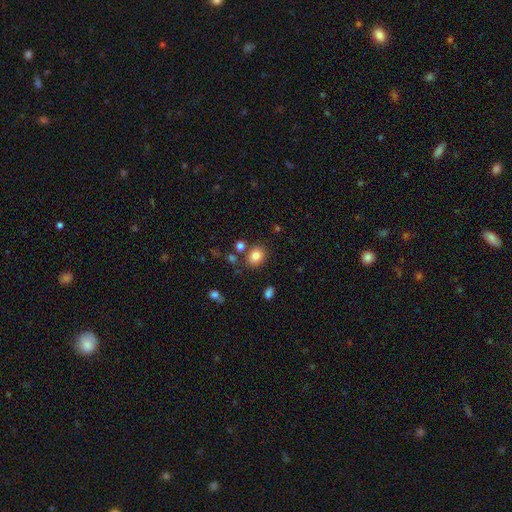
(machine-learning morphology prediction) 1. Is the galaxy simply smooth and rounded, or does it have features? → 82% smooth, 11% star or artifact, 7% featured or disk.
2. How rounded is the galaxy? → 53% round, 46% in between, 1% cigar-shaped.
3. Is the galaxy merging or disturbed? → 79% none, 10% minor disturbance, 7% merger, 4% major disturbance.